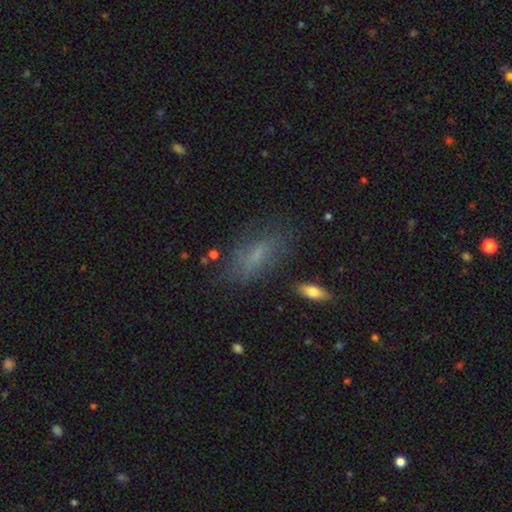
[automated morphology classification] Smooth or featured? smooth (54%)
How rounded? in between (73%)
Merging? none (66%)